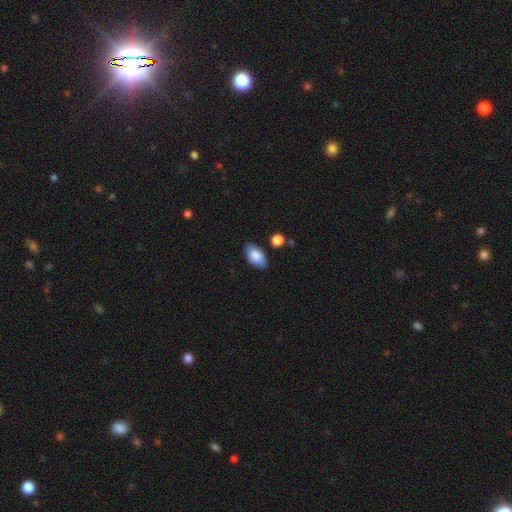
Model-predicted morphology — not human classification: smooth-or-featured: smooth: 85% | featured or disk: 9% | star or artifact: 7%
  how-rounded: in between: 93% | round: 5% | cigar-shaped: 2%
  merging: none: 80% | minor disturbance: 14% | merger: 3% | major disturbance: 3%